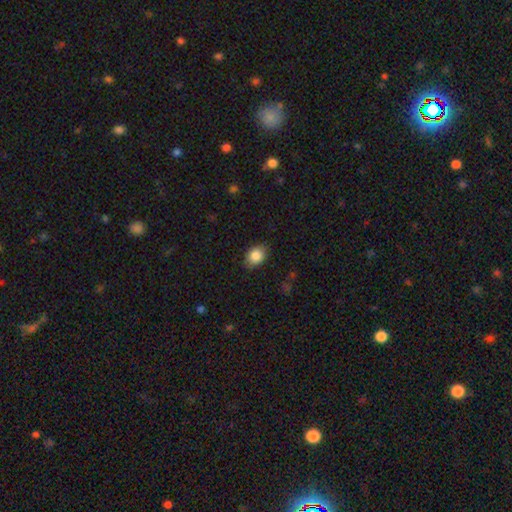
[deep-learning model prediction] Q: Smooth or featured?
A: smooth (85%); runner-up: star or artifact (8%)
Q: How rounded?
A: in between (73%); runner-up: round (26%)
Q: Merging?
A: none (82%); runner-up: minor disturbance (14%)